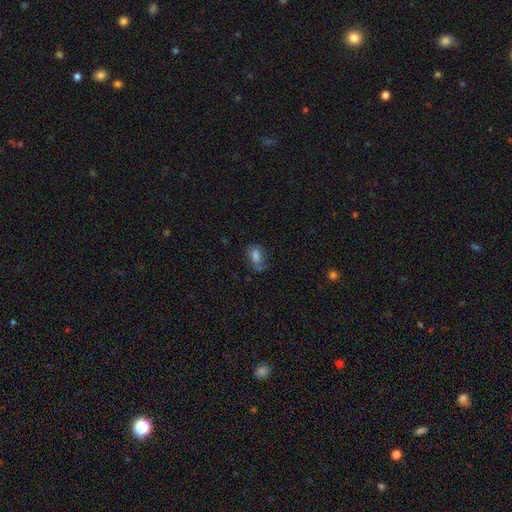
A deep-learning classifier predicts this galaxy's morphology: A smooth galaxy with no disk features (67%) that is in between round and cigar-shaped (83%).

Vote fractions:
- Smooth or featured? smooth: 67% / featured or disk: 20% / star or artifact: 13%
- How rounded? in between: 83% / round: 14% / cigar-shaped: 3%
- Merging? none: 53% / minor disturbance: 28% / major disturbance: 16% / merger: 3%